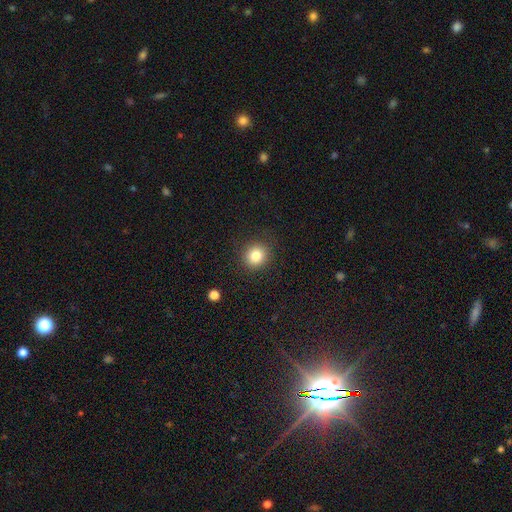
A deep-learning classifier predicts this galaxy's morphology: smooth 83%, star or artifact 11%, featured or disk 6%. Down the decision tree: how rounded — round (84%); merging — none (89%).